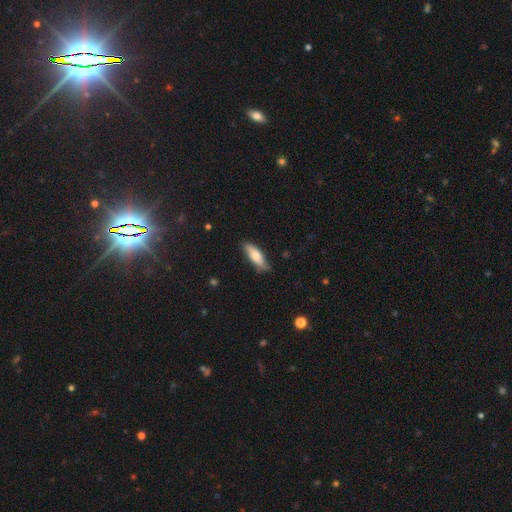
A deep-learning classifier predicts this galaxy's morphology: Smooth or featured: smooth — 68% (featured or disk — 26%)
How rounded: in between — 51% (cigar-shaped — 47%)
Merging: none — 75% (minor disturbance — 20%)